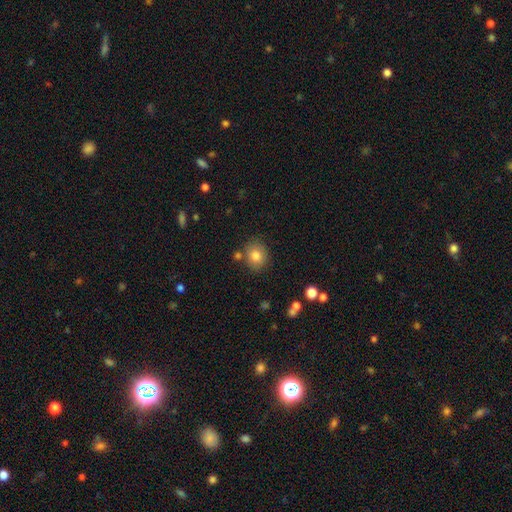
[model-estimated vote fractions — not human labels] Q: Smooth or featured?
A: smooth (81%); runner-up: star or artifact (10%)
Q: How rounded?
A: round (72%); runner-up: in between (27%)
Q: Merging?
A: none (79%); runner-up: minor disturbance (11%)